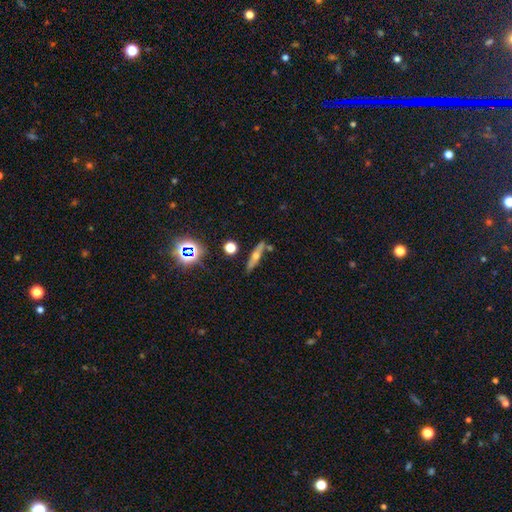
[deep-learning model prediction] A featured or disk galaxy (50%) viewed edge-on (88%). Merging: none (77%).